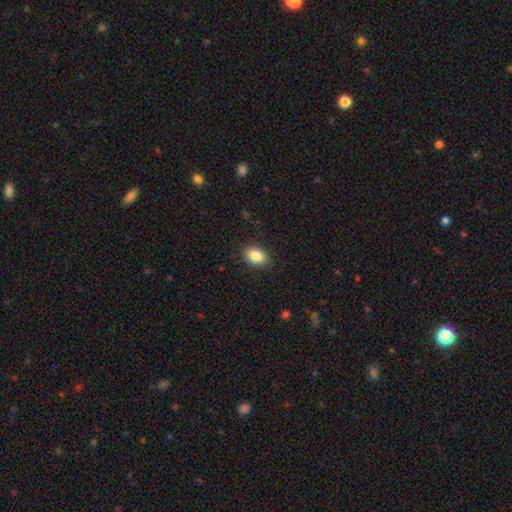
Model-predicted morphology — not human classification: smooth-or-featured: smooth: 86% | star or artifact: 8% | featured or disk: 6%
  how-rounded: in between: 85% | round: 14% | cigar-shaped: 1%
  merging: none: 88% | minor disturbance: 8% | major disturbance: 2% | merger: 1%